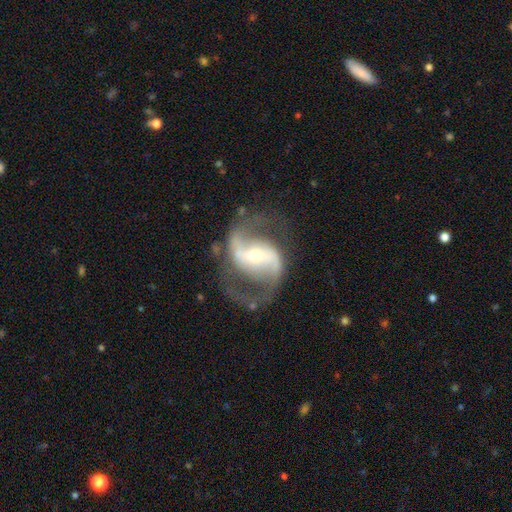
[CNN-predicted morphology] A featured or disk galaxy (91%) with a strong bar (49%), 2 (94%) medium (46%) spiral arms (97%) and a small central bulge (59%).

Vote fractions:
- Smooth or featured? featured or disk: 91% / star or artifact: 5% / smooth: 4%
- Edge-on disk? no: 97% / yes: 3%
- Bar? strong: 49% / weak: 33% / no: 18%
- Spiral arms? yes: 97% / no: 3%
- Spiral winding? medium: 46% / loose: 45% / tight: 8%
- Spiral arm count? 2: 94% / can't tell: 2% / 1: 2% / 3: 1% / 4: 1% / more than 4: 1%
- Bulge size? small: 59% / moderate: 35% / large: 3% / none: 1% / dominant: 1%
- Merging? none: 73% / minor disturbance: 14% / major disturbance: 11% / merger: 2%